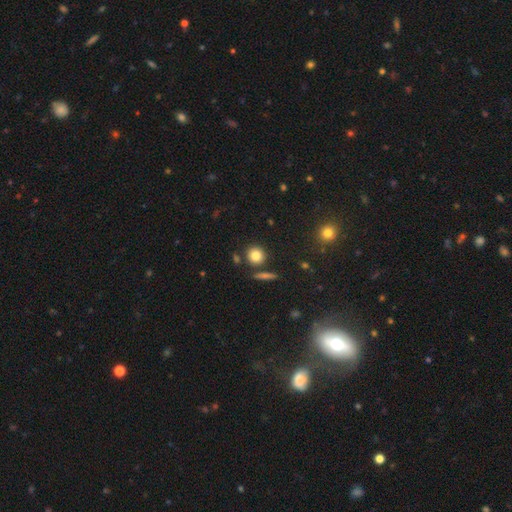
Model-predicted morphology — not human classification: Smooth or featured: smooth — 81% (star or artifact — 11%)
How rounded: round — 88% (in between — 10%)
Merging: none — 82% (minor disturbance — 8%)